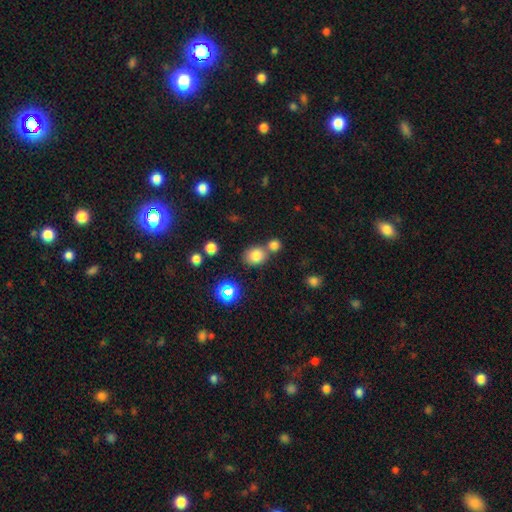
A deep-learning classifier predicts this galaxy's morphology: Smooth or featured?
  - smooth: 78% *
  - star or artifact: 15%
  - featured or disk: 7%
How rounded?
  - round: 70% *
  - in between: 29%
  - cigar-shaped: 1%
Merging?
  - none: 59% *
  - merger: 28%
  - minor disturbance: 10%
  - major disturbance: 3%